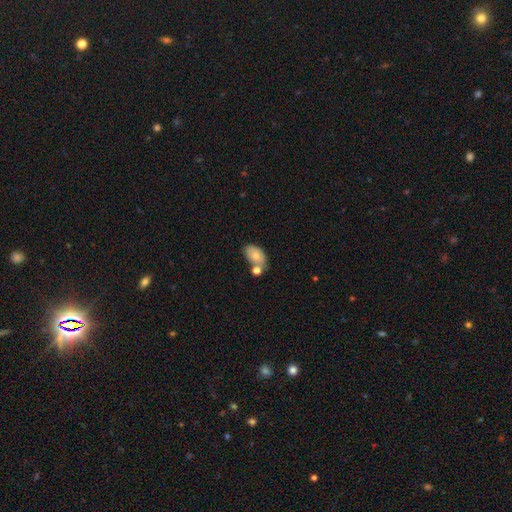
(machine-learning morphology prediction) A smooth galaxy with no disk features (74%) that is in between round and cigar-shaped (89%). Merging: none (46%).